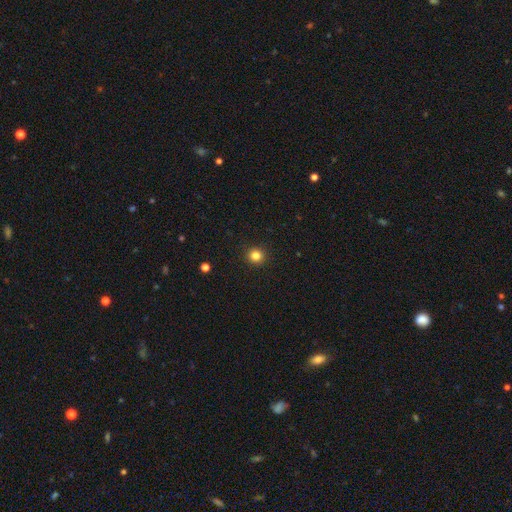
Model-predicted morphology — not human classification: Smooth or featured? smooth (82%)
How rounded? round (94%)
Merging? none (93%)